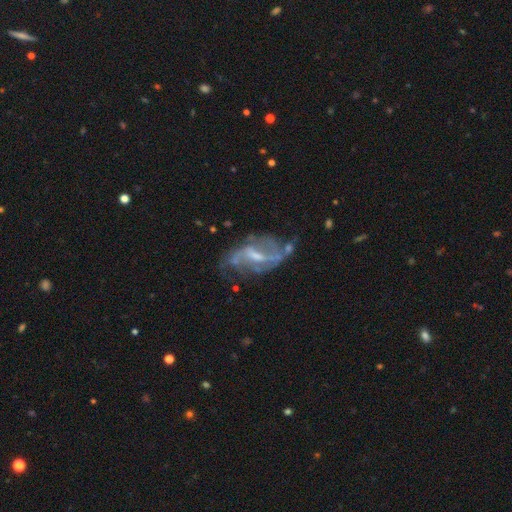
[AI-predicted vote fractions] featured or disk 83%, smooth 10%, star or artifact 8%. Down the decision tree: edge-on disk — no (95%); bar — weak (49%); spiral arms — yes (86%); spiral arm count — 2 (68%); spiral winding — loose (48%); bulge size — small (44%); merging — none (48%).